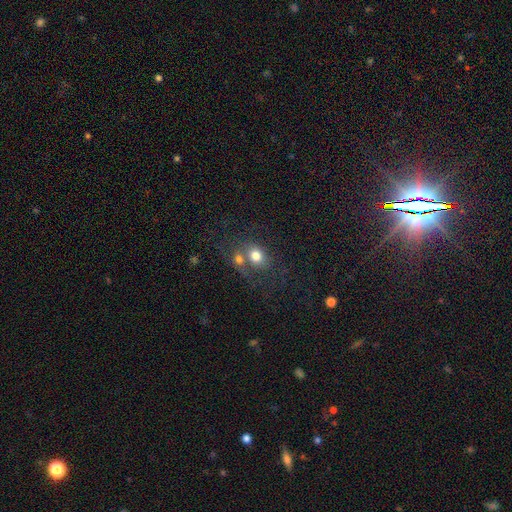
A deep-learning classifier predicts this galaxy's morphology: A smooth galaxy with no disk features (73%) that is round (58%).

Vote fractions:
- Smooth or featured? smooth: 73% / featured or disk: 16% / star or artifact: 11%
- How rounded? round: 58% / in between: 41% / cigar-shaped: 1%
- Merging? merger: 51% / none: 32% / minor disturbance: 10% / major disturbance: 7%